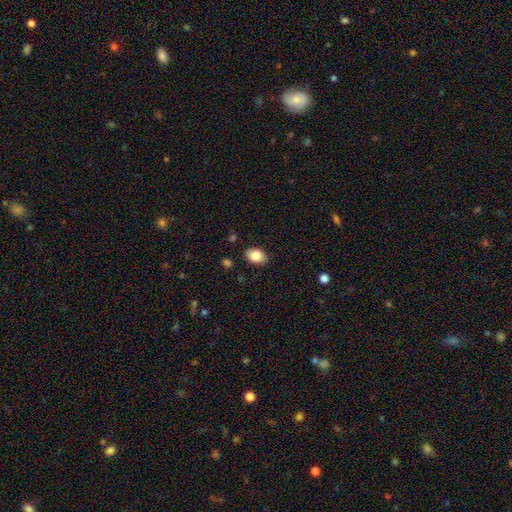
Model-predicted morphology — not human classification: type=smooth (85%); roundness=in between (81%); merging=none (86%).